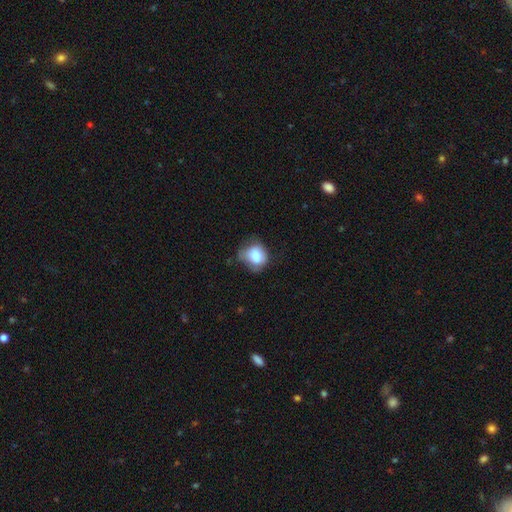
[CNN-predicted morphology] smooth-or-featured: smooth: 78% | featured or disk: 14% | star or artifact: 9%
  how-rounded: round: 53% | in between: 46% | cigar-shaped: 1%
  merging: none: 39% (tied) | minor disturbance: 39% (tied) | major disturbance: 19% | merger: 3%